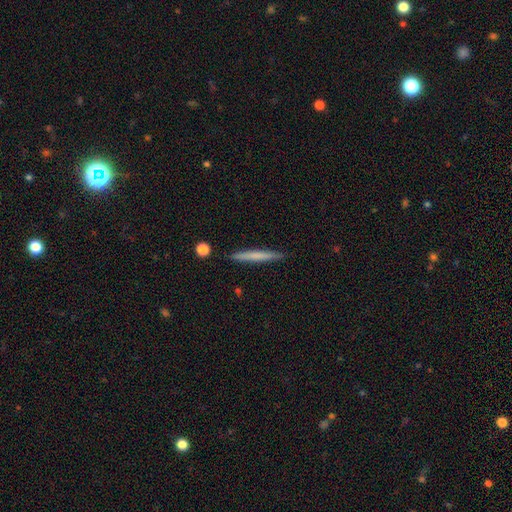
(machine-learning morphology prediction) Q: Smooth or featured?
A: smooth (62%); runner-up: featured or disk (33%)
Q: How rounded?
A: cigar-shaped (96%); runner-up: in between (2%)
Q: Merging?
A: none (90%); runner-up: minor disturbance (7%)